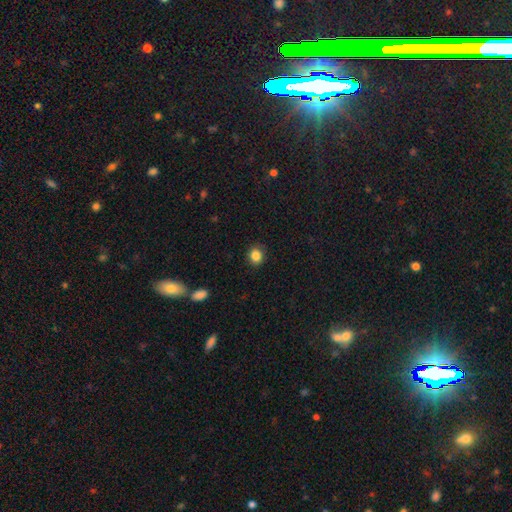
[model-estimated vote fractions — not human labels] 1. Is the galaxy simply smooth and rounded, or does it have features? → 85% smooth, 11% star or artifact, 4% featured or disk.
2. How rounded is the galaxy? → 75% round, 24% in between, 1% cigar-shaped.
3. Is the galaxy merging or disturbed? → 89% none, 8% minor disturbance, 2% major disturbance, 1% merger.